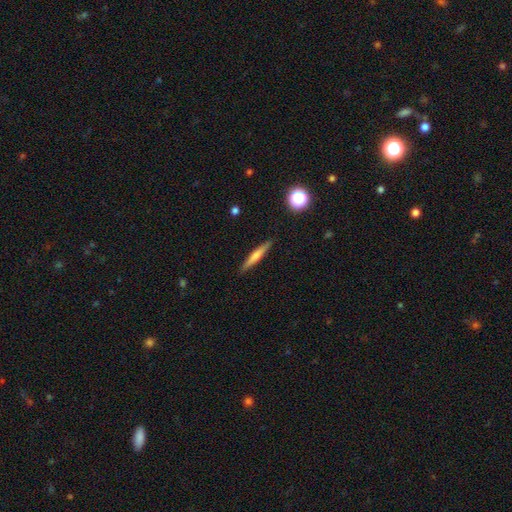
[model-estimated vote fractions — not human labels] This is possibly a smooth galaxy (52%). How rounded: clearly cigar-shaped (93%). Merging: clearly none (90%).